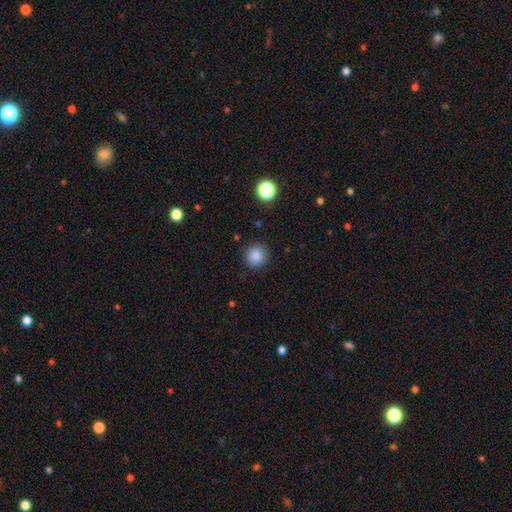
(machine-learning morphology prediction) Smooth or featured? smooth (86%)
How rounded? round (91%)
Merging? none (88%)